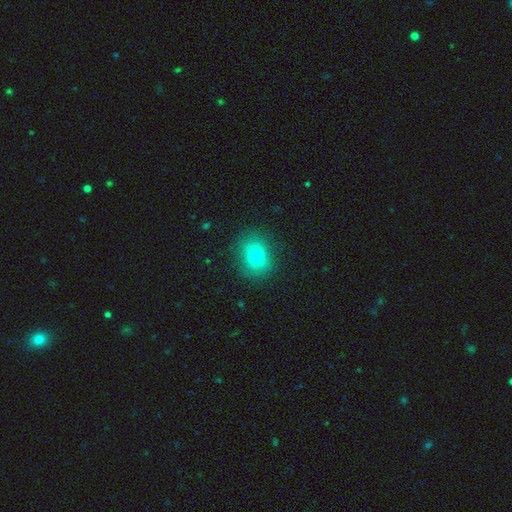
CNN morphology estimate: Smooth or featured? smooth (76%)
How rounded? round (54%)
Merging? none (83%)